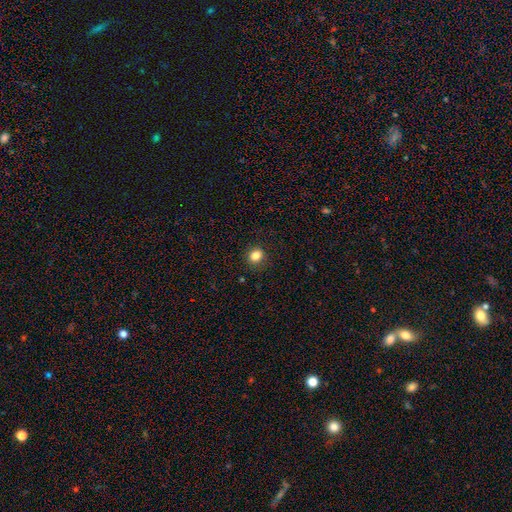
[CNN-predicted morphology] smooth 84%, star or artifact 11%, featured or disk 5%. Down the decision tree: how rounded — round (74%); merging — none (88%).